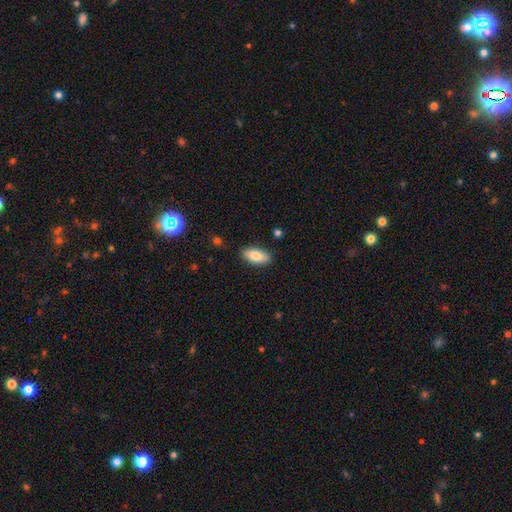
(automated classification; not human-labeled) smooth_or_featured: smooth (p=0.81) [alt: featured or disk p=0.13]
how_rounded: in between (p=0.87) [alt: cigar-shaped p=0.10]
merging: none (p=0.86) [alt: minor disturbance p=0.10]